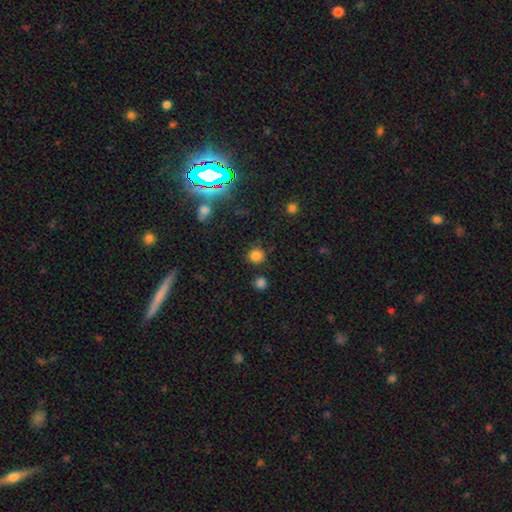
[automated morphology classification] Smooth or featured: smooth — 78% (star or artifact — 17%)
How rounded: round — 90% (in between — 9%)
Merging: none — 82% (minor disturbance — 10%)